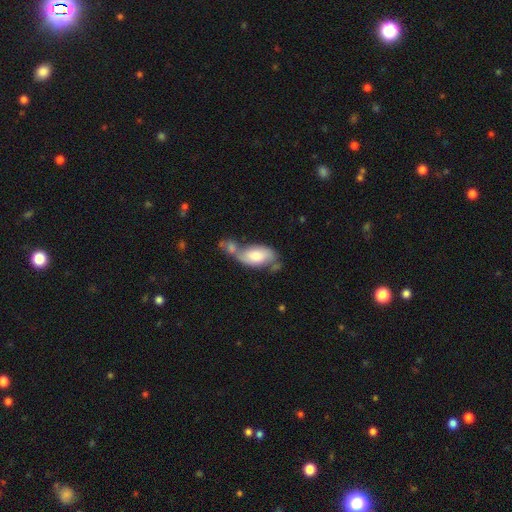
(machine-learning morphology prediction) Smooth or featured? Predicted: smooth (p=0.67). How rounded? Predicted: in between (p=0.91). Merging? Predicted: merger (p=0.42).